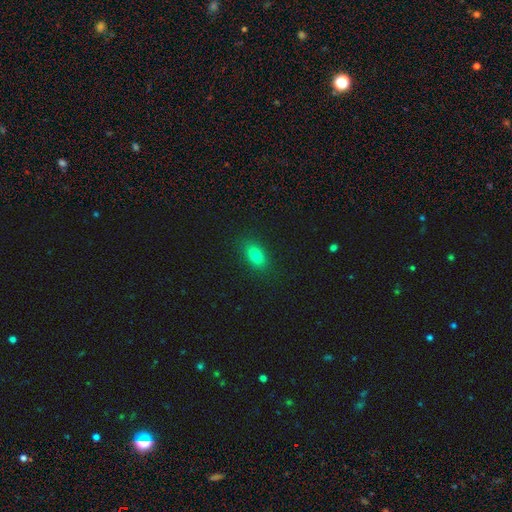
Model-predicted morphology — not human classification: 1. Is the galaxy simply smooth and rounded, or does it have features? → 80% smooth, 11% star or artifact, 9% featured or disk.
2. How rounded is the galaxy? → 85% in between, 10% round, 5% cigar-shaped.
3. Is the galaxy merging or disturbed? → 86% none, 10% minor disturbance, 3% major disturbance, 1% merger.